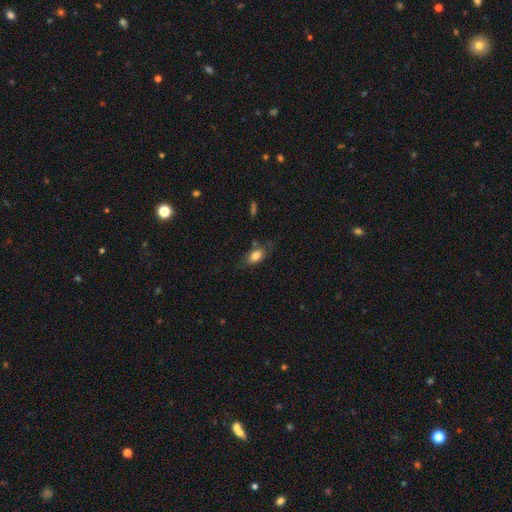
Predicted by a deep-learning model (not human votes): smooth_or_featured: smooth (p=0.79) [alt: featured or disk p=0.12]
how_rounded: in between (p=0.84) [alt: round p=0.11]
merging: none (p=0.62) [alt: minor disturbance p=0.25]